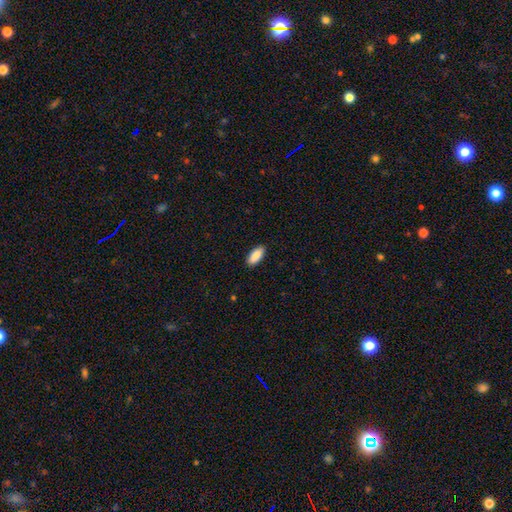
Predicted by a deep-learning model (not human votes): Smooth or featured? smooth (89%)
How rounded? in between (85%)
Merging? none (89%)